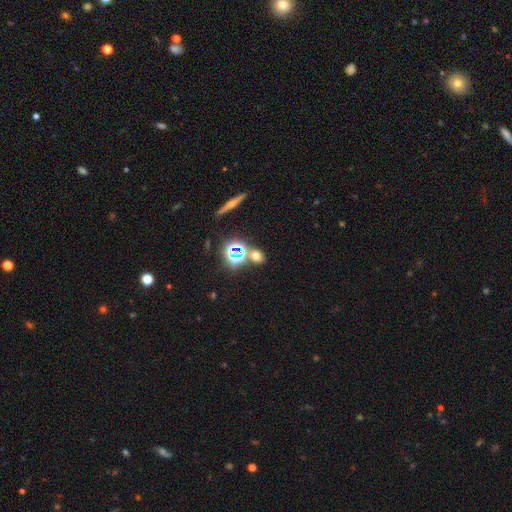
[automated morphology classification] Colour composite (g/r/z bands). It shows a smooth galaxy with no disk features (53%) that is round (52%). Merging: none (72%).